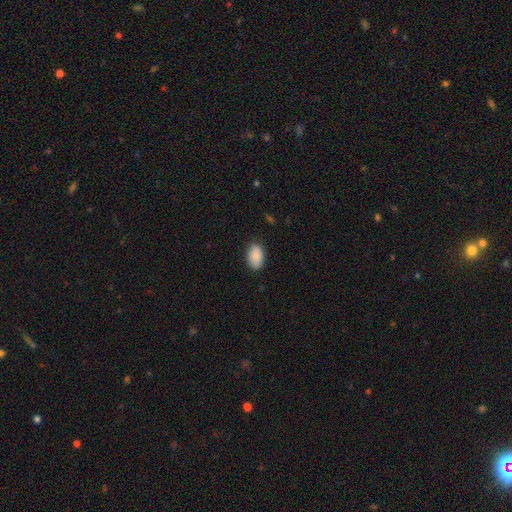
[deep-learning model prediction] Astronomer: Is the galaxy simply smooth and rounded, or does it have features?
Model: smooth — 86%.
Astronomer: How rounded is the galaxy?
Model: in between — 91%.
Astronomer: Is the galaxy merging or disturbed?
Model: none — 83%.